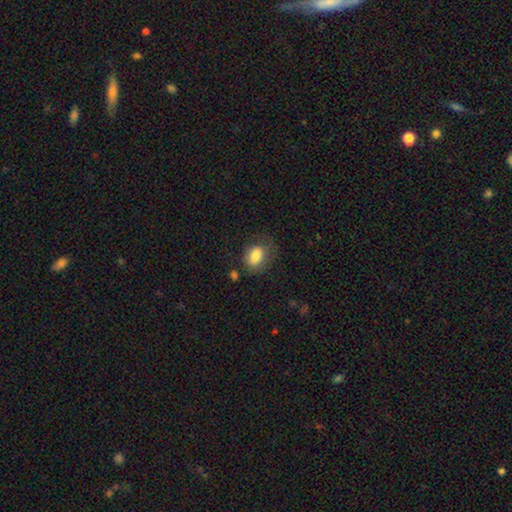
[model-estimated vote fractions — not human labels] Morphology: type=smooth (83%); roundness=in between (71%); merging=none (59%).